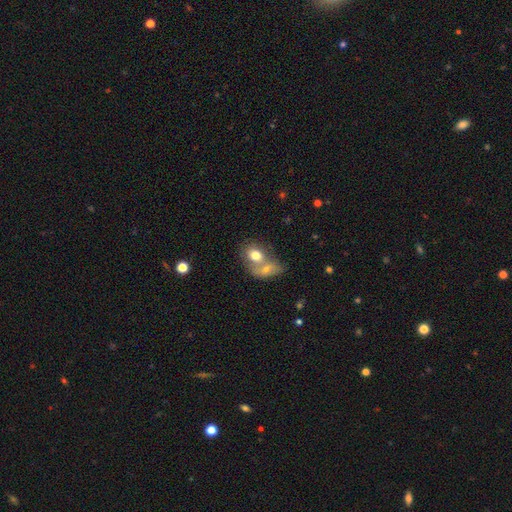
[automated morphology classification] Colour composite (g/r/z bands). It shows a smooth galaxy with no disk features (74%) that is in between round and cigar-shaped (60%). Merging: merger (63%).